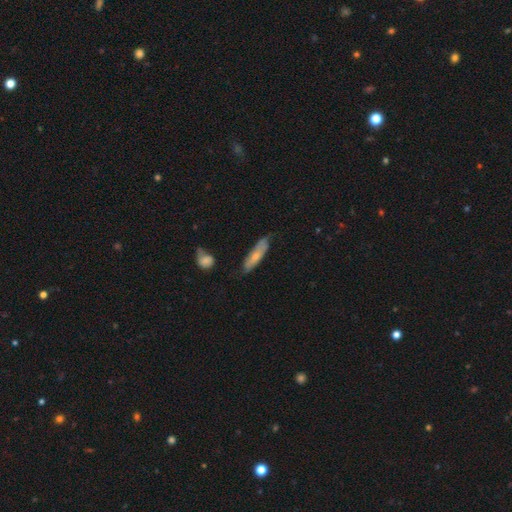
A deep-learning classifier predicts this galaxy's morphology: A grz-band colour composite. It shows a smooth galaxy with no disk features (62%) that is cigar-shaped (61%). Merging: none (61%).